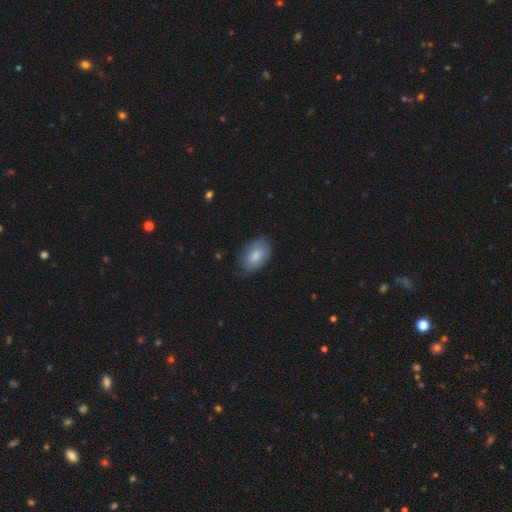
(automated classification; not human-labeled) A smooth galaxy with no disk features (78%) that is in between round and cigar-shaped (90%).

Vote fractions:
- Smooth or featured? smooth: 78% / featured or disk: 16% / star or artifact: 6%
- How rounded? in between: 90% / round: 8% / cigar-shaped: 1%
- Merging? none: 73% / minor disturbance: 21% / major disturbance: 5% / merger: 1%